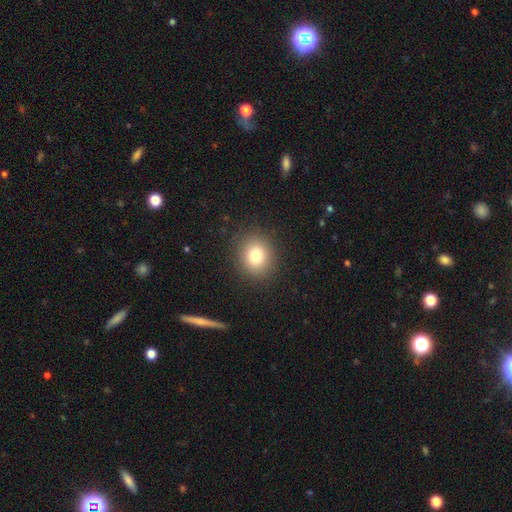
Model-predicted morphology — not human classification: smooth 80%, star or artifact 11%, featured or disk 9%. Down the decision tree: how rounded — round (73%); merging — none (89%).